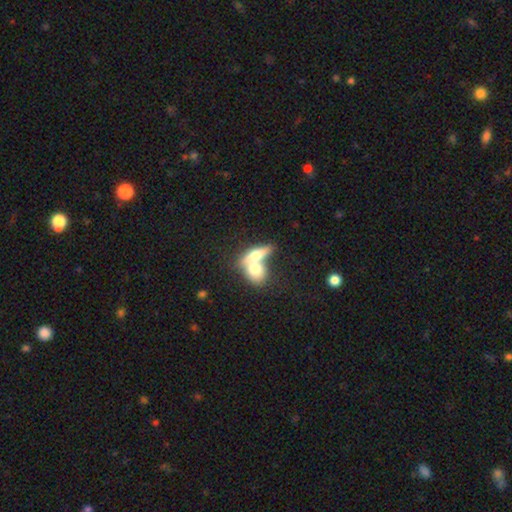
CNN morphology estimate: Q: Smooth or featured?
A: smooth (60%); runner-up: featured or disk (33%)
Q: How rounded?
A: in between (61%); runner-up: cigar-shaped (22%)
Q: Merging?
A: merger (68%); runner-up: none (22%)